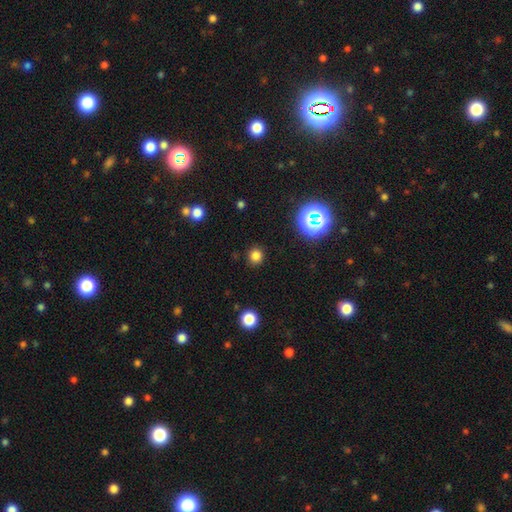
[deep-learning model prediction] Smooth or featured? Predicted: smooth (p=0.78). How rounded? Predicted: round (p=0.90). Merging? Predicted: none (p=0.90).